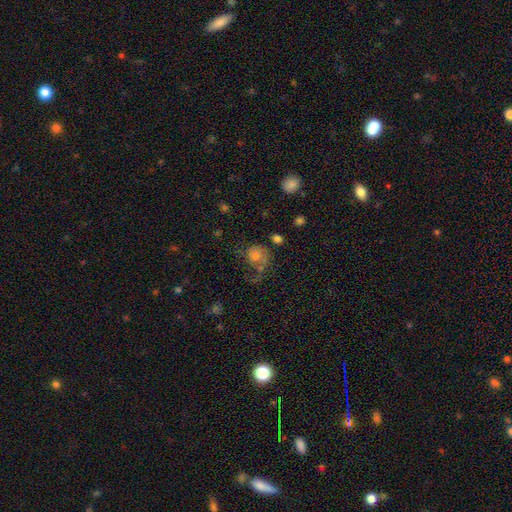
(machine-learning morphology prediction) Q: Smooth or featured?
A: smooth (54%); runner-up: featured or disk (30%)
Q: How rounded?
A: round (75%); runner-up: in between (24%)
Q: Merging?
A: none (39%); runner-up: major disturbance (32%)